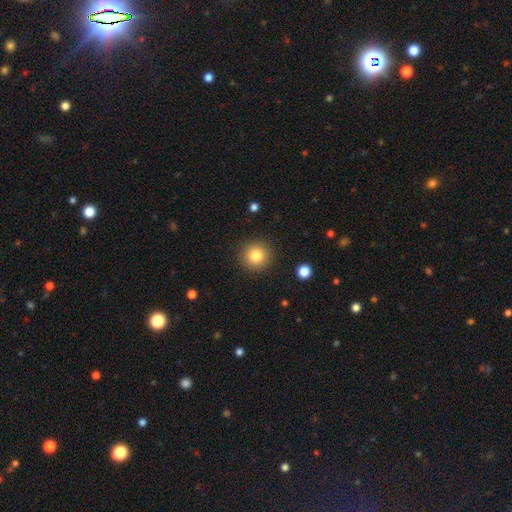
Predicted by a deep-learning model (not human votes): smooth-or-featured: smooth: 81% | star or artifact: 11% | featured or disk: 8%
  how-rounded: round: 95% | in between: 4% | cigar-shaped: 1%
  merging: none: 91% | minor disturbance: 6% | major disturbance: 2% | merger: 1%